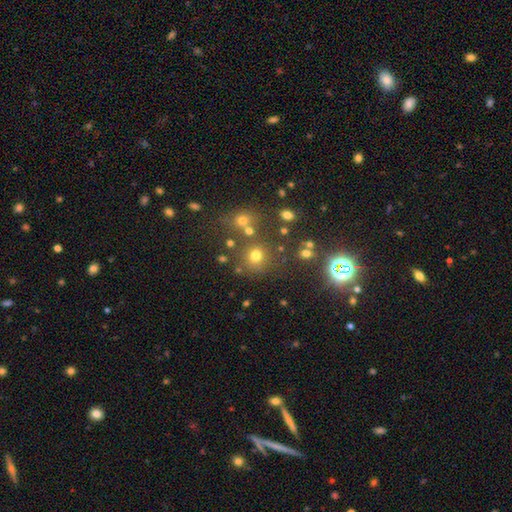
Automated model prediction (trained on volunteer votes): Overall: smooth (68%). How rounded: round (87%). Merging: none (73%).